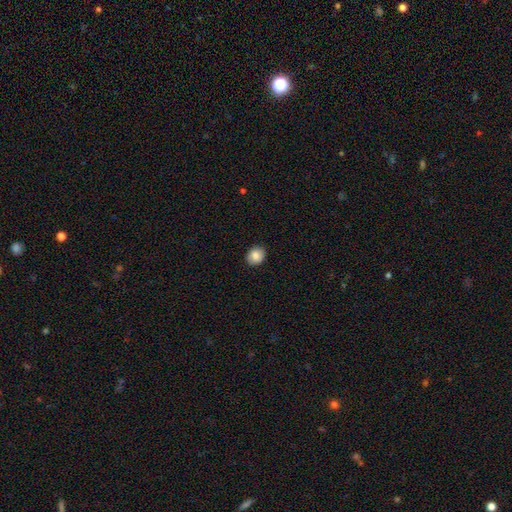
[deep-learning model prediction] Overall: smooth (84%). How rounded: round (56%; in between 43%). Merging: none (89%).